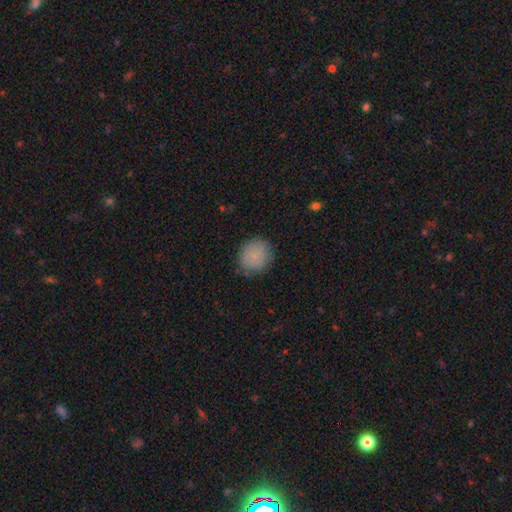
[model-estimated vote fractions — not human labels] This appears to be a smooth galaxy with no disk features (82%) that is round (80%). Merging: none (82%).